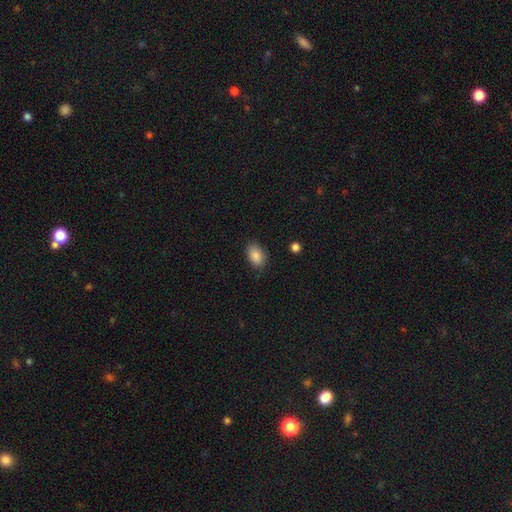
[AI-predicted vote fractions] Morphology: type=smooth (87%); roundness=in between (88%); merging=none (83%).